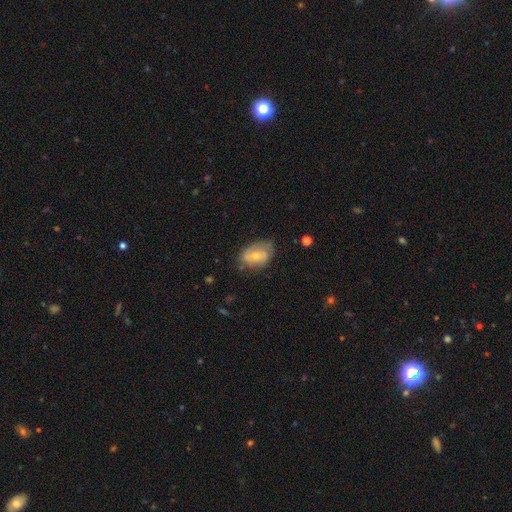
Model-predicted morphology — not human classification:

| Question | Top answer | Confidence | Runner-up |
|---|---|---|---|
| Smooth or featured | featured or disk | 48% | smooth (45%) |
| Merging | none | 62% | minor disturbance (27%) |